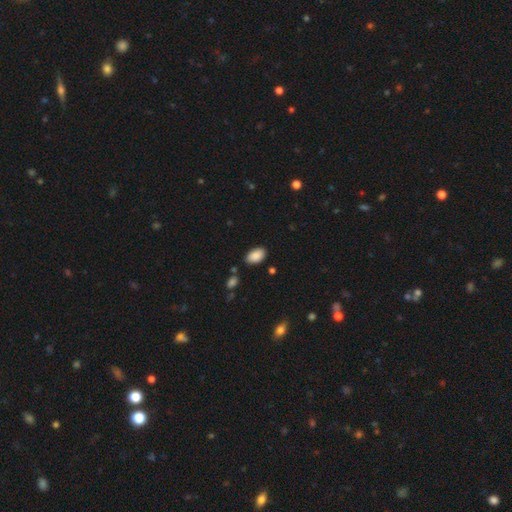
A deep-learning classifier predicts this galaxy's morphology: Q: Smooth or featured?
A: smooth (88%); runner-up: star or artifact (7%)
Q: How rounded?
A: in between (94%); runner-up: round (5%)
Q: Merging?
A: none (82%); runner-up: minor disturbance (12%)